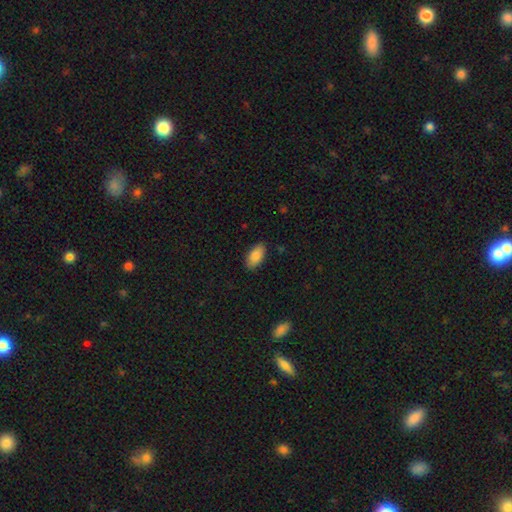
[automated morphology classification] Smooth or featured? Predicted: smooth (p=0.87). How rounded? Predicted: in between (p=0.94). Merging? Predicted: none (p=0.87).